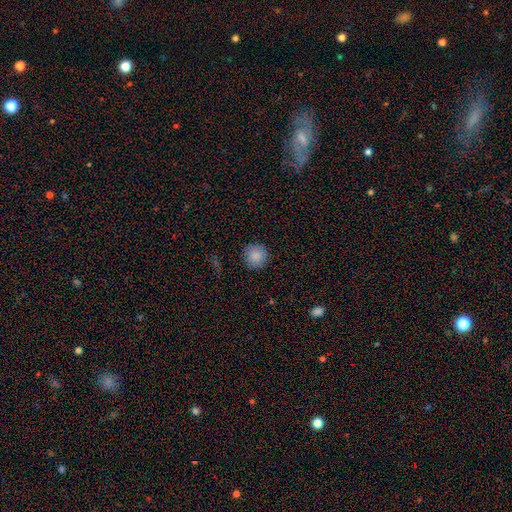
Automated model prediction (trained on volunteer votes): Smooth or featured? Predicted: smooth (p=0.87). How rounded? Predicted: round (p=0.95). Merging? Predicted: none (p=0.90).